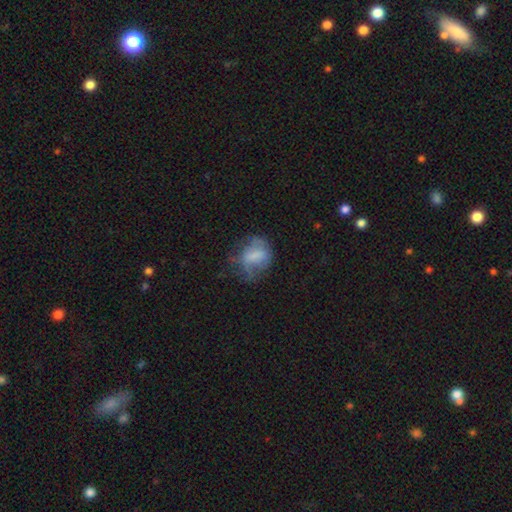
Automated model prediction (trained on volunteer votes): This appears to be a smooth galaxy with no disk features (54%) that is in between round and cigar-shaped (53%). Merging: none (38%).